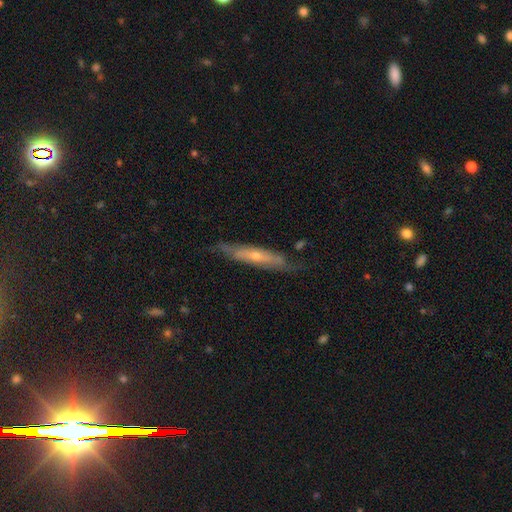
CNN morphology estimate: Smooth or featured: featured or disk — 64% (smooth — 29%)
Edge-on disk: yes — 65% (no — 35%)
Merging: none — 70% (minor disturbance — 22%)